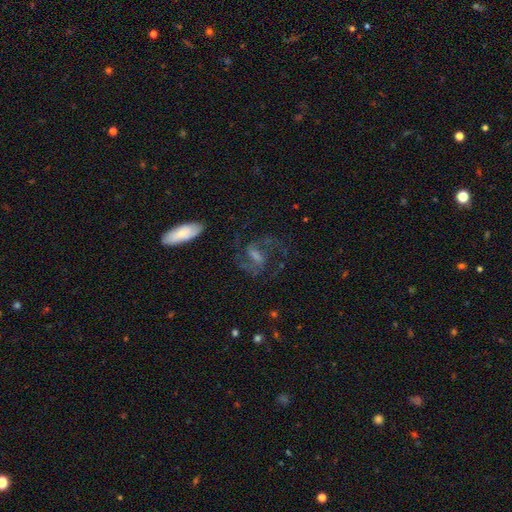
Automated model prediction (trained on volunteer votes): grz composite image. It shows a featured or disk galaxy (80%) with a weak bar (47%), 2 (88%) medium (59%) spiral arms (95%) and a small central bulge (35%). Merging: none (70%).